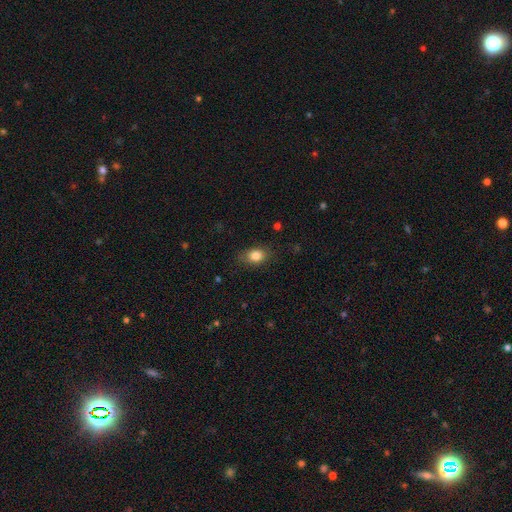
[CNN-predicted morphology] A smooth galaxy with no disk features (84%) that is in between round and cigar-shaped (72%). Merging: none (79%).